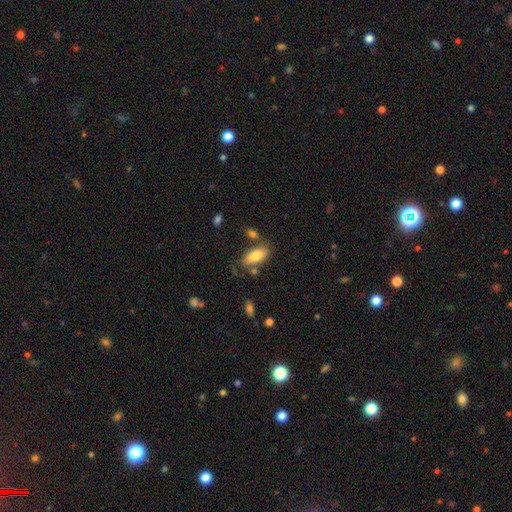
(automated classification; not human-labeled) This is likely a smooth galaxy (77%). How rounded: clearly in between (91%). Merging: likely none (67%).